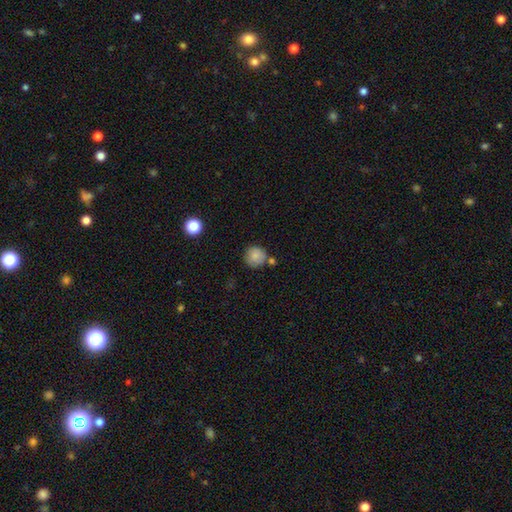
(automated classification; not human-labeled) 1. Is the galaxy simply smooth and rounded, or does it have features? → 85% smooth, 9% star or artifact, 6% featured or disk.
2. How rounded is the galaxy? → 93% round, 6% in between, 1% cigar-shaped.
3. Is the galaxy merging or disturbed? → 72% none, 13% minor disturbance, 12% merger, 3% major disturbance.